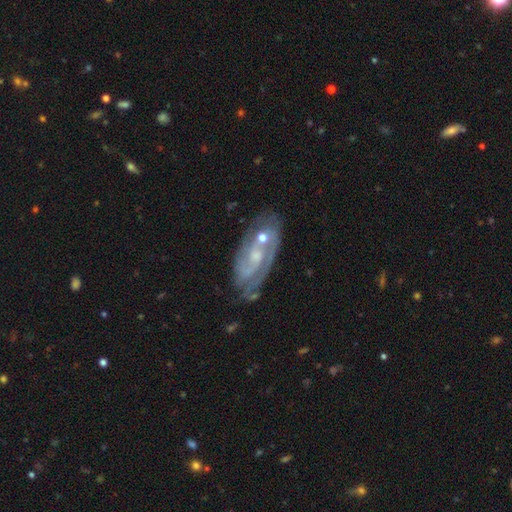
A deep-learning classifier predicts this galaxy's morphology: This is likely a featured or disk galaxy (78%). It is clearly not viewed edge-on (92%). Bar: likely no (62%). Spiral arm pattern: clearly yes (85%). Spiral arm count: possibly 2 (48%). Spiral winding: possibly tight (51%). Central bulge: possibly small (53%). Merging: possibly none (58%).